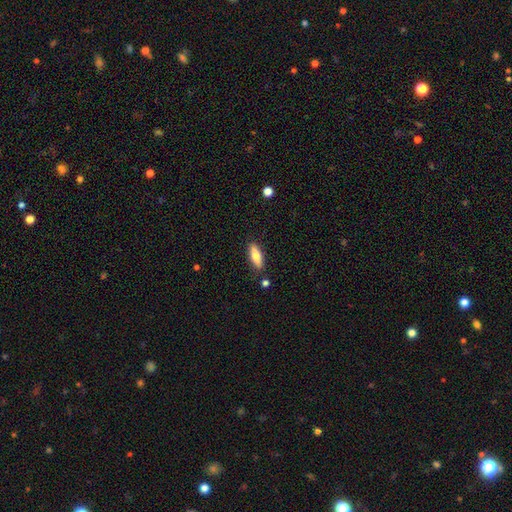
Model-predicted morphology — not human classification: Smooth or featured: smooth — 72% (featured or disk — 22%)
How rounded: in between — 54% (cigar-shaped — 44%)
Merging: none — 85% (minor disturbance — 10%)